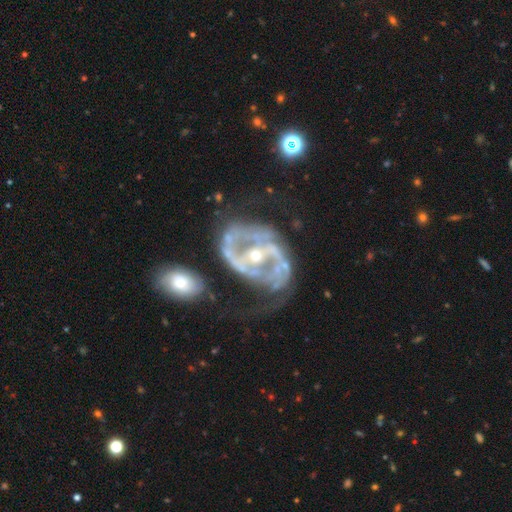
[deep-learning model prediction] Smooth or featured? featured or disk (89%)
Edge-on disk? no (96%)
Bar? strong (54%)
Spiral arms? yes (83%)
Spiral winding? medium (47%)
Spiral arm count? 2 (77%)
Bulge size? moderate (50%)
Merging? none (41%)